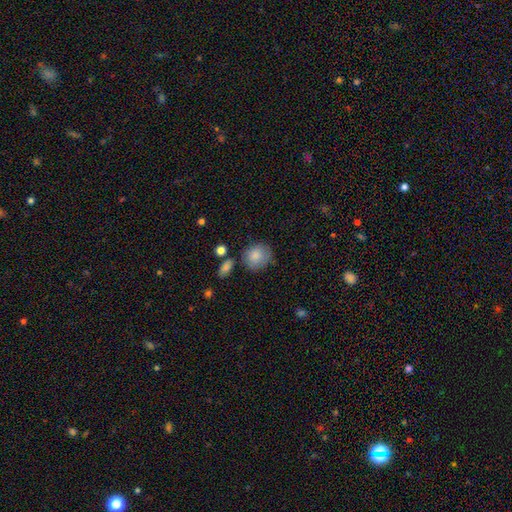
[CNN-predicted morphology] Smooth or featured: smooth — 84% (featured or disk — 8%)
How rounded: round — 79% (in between — 20%)
Merging: none — 70% (minor disturbance — 20%)